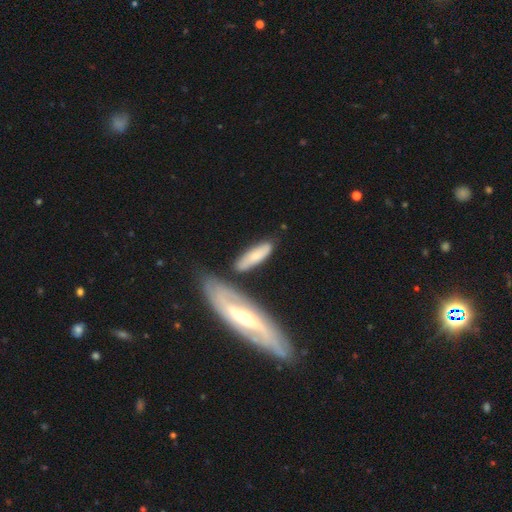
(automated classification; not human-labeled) Overall: smooth (59%; featured or disk 35%). How rounded: cigar-shaped (59%; in between 38%). Merging: none (68%).